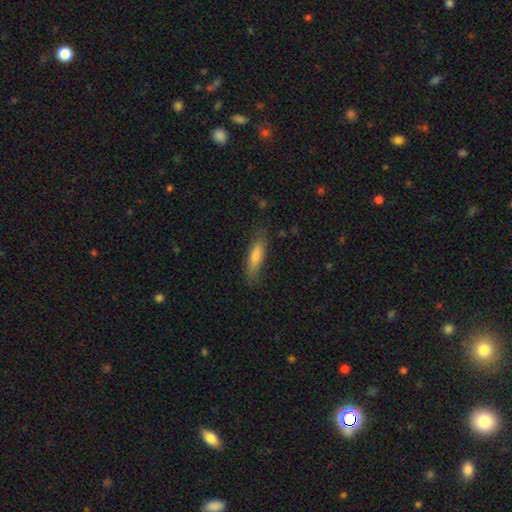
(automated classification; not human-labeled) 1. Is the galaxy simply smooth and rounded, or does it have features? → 74% smooth, 20% featured or disk, 7% star or artifact.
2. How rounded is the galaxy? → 68% cigar-shaped, 30% in between, 2% round.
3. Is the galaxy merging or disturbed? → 78% none, 17% minor disturbance, 4% major disturbance, 1% merger.